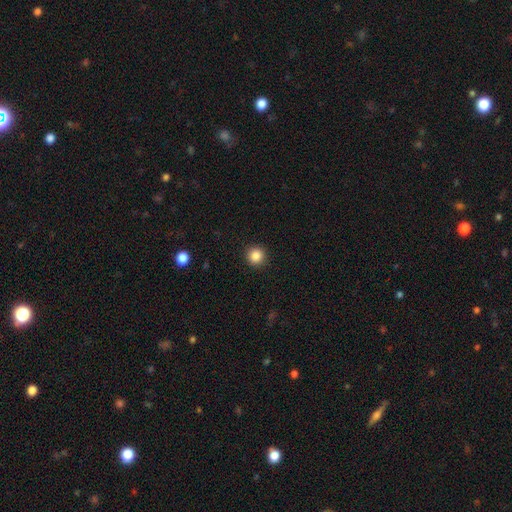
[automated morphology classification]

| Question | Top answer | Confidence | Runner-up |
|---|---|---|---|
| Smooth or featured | smooth | 86% | star or artifact (10%) |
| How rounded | round | 95% | in between (4%) |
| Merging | none | 92% | minor disturbance (5%) |